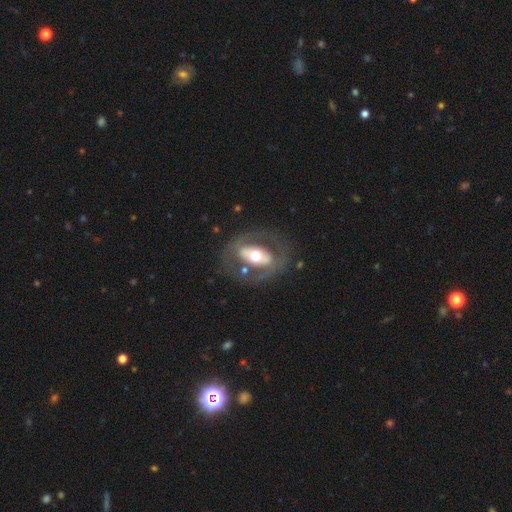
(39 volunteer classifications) smooth-or-featured: featured or disk: 77% | smooth: 21% | star or artifact: 3%
  disk-edge-on: no: 90% | yes: 10%
    bar: strong: 44% | no: 41% | weak: 15%
    has-spiral-arms: no: 85% | yes: 15%
    bulge-size: moderate: 67% | large: 26% | small: 7% | dominant: 0% | none: 0%
  merging: none: 74% | minor disturbance: 18% | major disturbance: 8% | merger: 0%